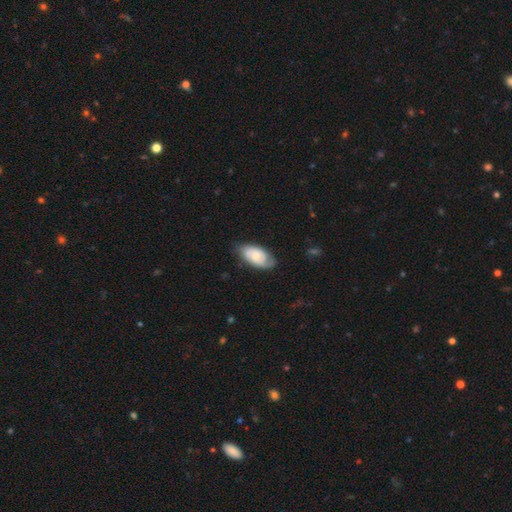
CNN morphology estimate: featured or disk 51%, smooth 43%, star or artifact 6%. Down the decision tree: edge-on disk — no (92%); merging — none (70%).